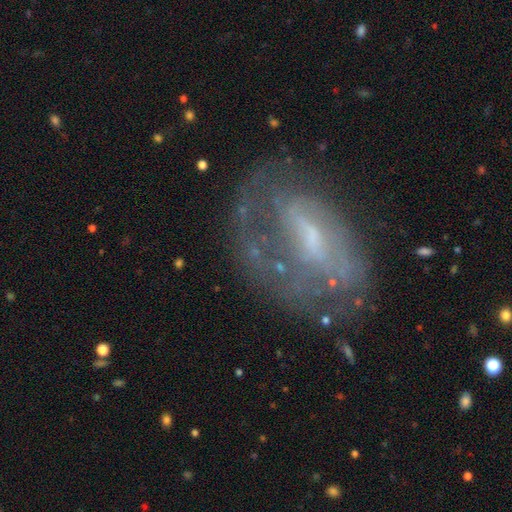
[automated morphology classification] This appears to be a featured or disk galaxy (73%) with a weak bar (48%), spiral arms (67%) and a small central bulge (54%). Merging: none (57%).